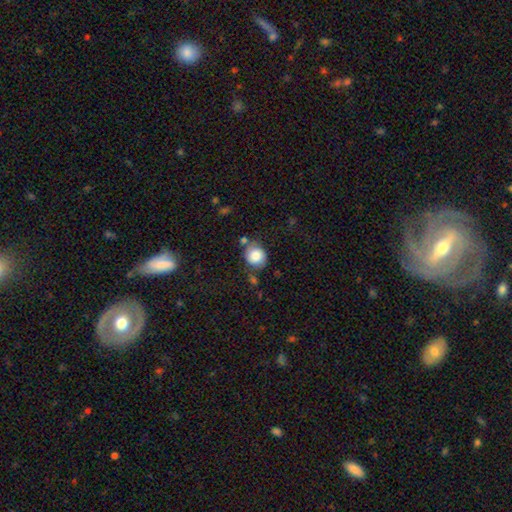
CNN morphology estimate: Smooth or featured?
  - smooth: 83% *
  - star or artifact: 9%
  - featured or disk: 8%
How rounded?
  - round: 76% *
  - in between: 23%
  - cigar-shaped: 1%
Merging?
  - none: 70% *
  - minor disturbance: 17%
  - merger: 9%
  - major disturbance: 5%